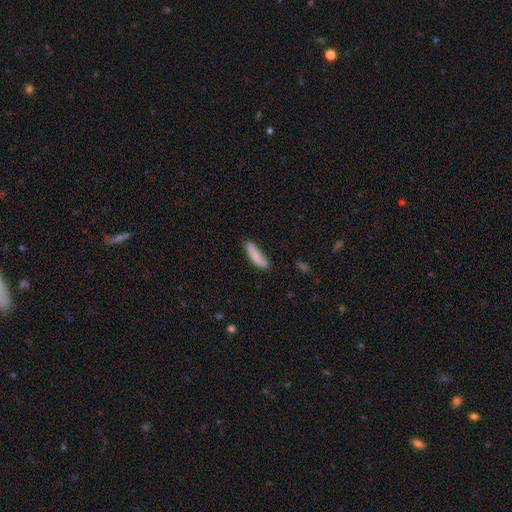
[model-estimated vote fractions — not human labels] Smooth or featured? smooth (77%)
How rounded? cigar-shaped (58%)
Merging? none (67%)